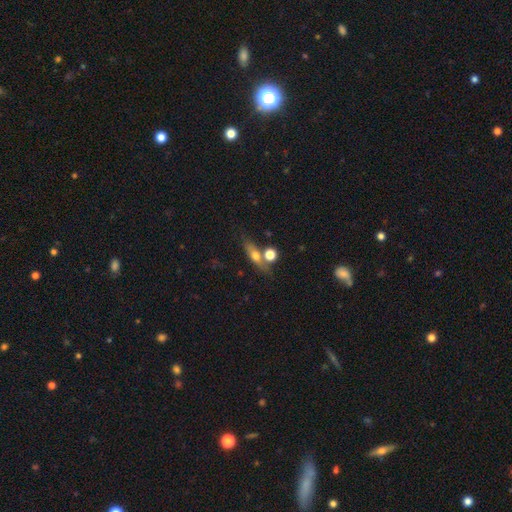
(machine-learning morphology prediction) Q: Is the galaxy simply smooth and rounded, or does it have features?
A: smooth — 56%.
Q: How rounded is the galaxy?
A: in between — 42%.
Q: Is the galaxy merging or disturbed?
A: none — 57%.